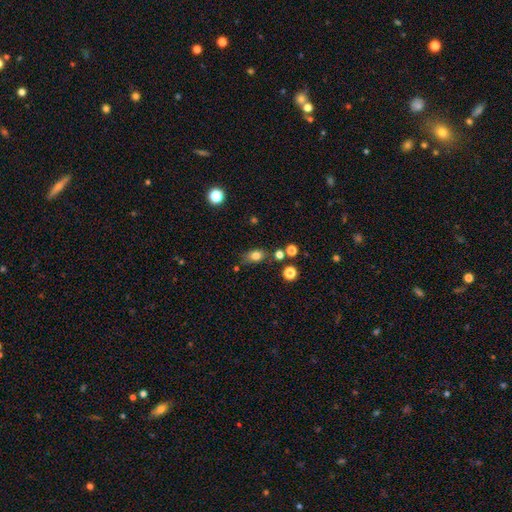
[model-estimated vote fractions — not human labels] Smooth or featured: smooth — 78% (star or artifact — 12%)
How rounded: in between — 71% (round — 26%)
Merging: none — 70% (minor disturbance — 17%)